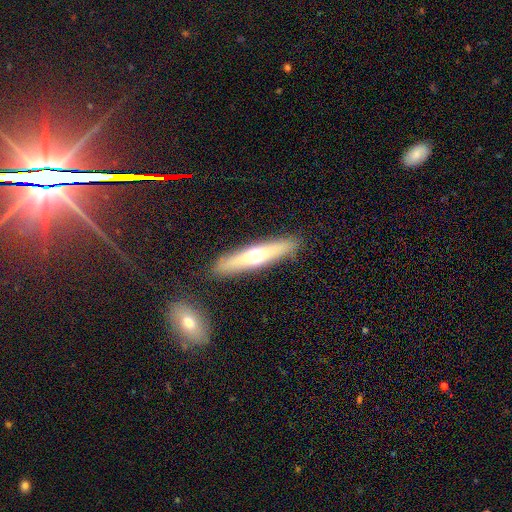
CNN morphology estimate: Smooth or featured? Predicted: smooth (p=0.47). Merging? Predicted: none (p=0.88).